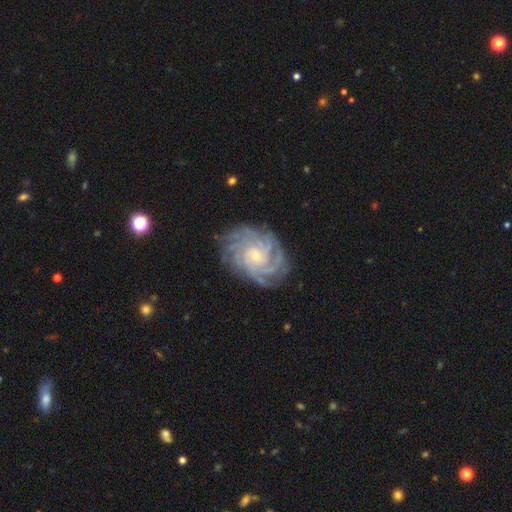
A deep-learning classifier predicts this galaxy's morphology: type=featured or disk (88%); edge-on=no (98%); bar=no (74%); spiral arms=yes (98%); winding=tight (76%); arm count=more than 4 (31%); bulge=small (72%); merging=none (82%).